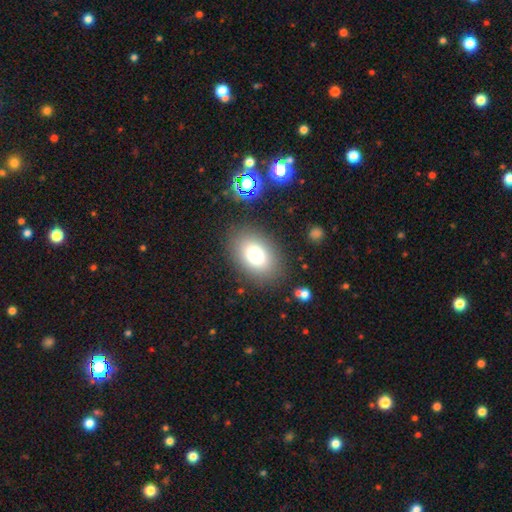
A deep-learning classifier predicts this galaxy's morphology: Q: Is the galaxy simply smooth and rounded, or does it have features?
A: smooth — 76%.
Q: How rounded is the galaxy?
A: in between — 79%.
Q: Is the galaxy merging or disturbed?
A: none — 87%.